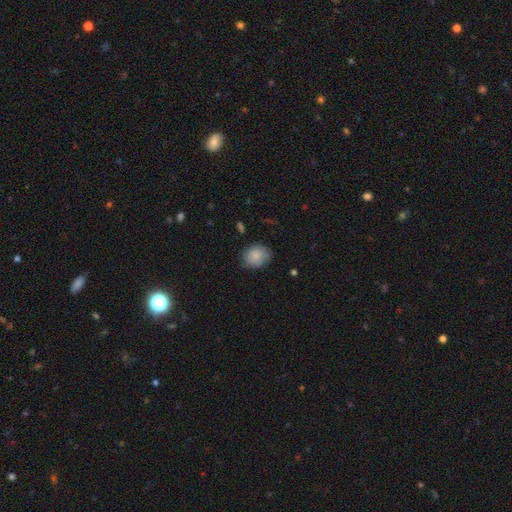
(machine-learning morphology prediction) Smooth or featured? smooth (84%)
How rounded? round (60%)
Merging? none (77%)